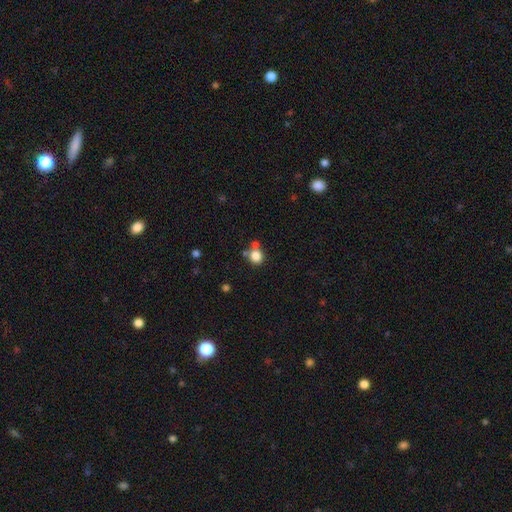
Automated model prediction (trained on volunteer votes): smooth-or-featured: smooth: 82% | star or artifact: 11% | featured or disk: 7%
  how-rounded: round: 85% | in between: 15% | cigar-shaped: 1%
  merging: none: 62% | merger: 23% | minor disturbance: 11% | major disturbance: 4%